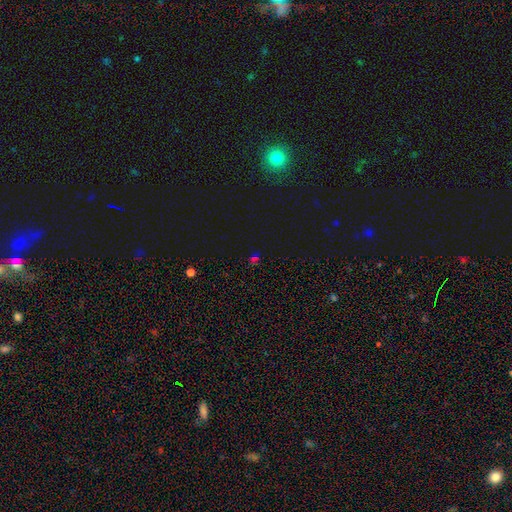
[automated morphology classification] Q: Smooth or featured?
A: star or artifact (61%); runner-up: smooth (31%)